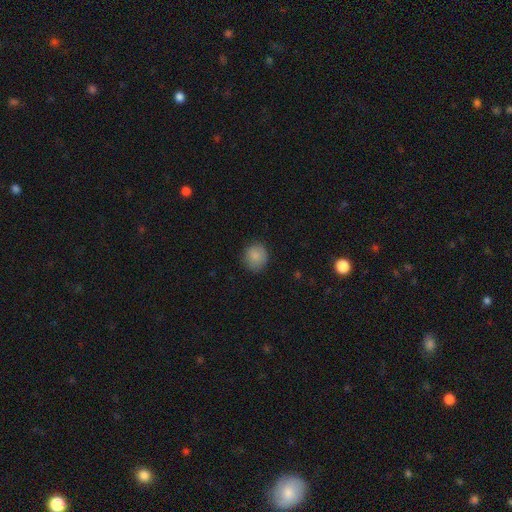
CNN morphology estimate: smooth 86%, star or artifact 8%, featured or disk 5%. Down the decision tree: how rounded — round (85%); merging — none (83%).